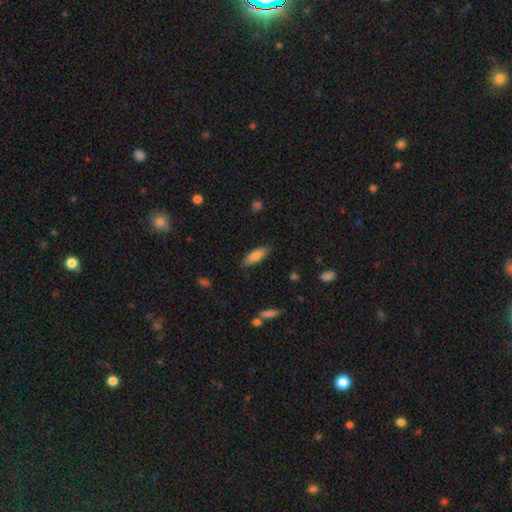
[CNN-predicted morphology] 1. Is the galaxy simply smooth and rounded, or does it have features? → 77% smooth, 16% featured or disk, 6% star or artifact.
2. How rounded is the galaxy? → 56% in between, 42% cigar-shaped, 2% round.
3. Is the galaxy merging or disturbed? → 84% none, 12% minor disturbance, 2% major disturbance, 1% merger.